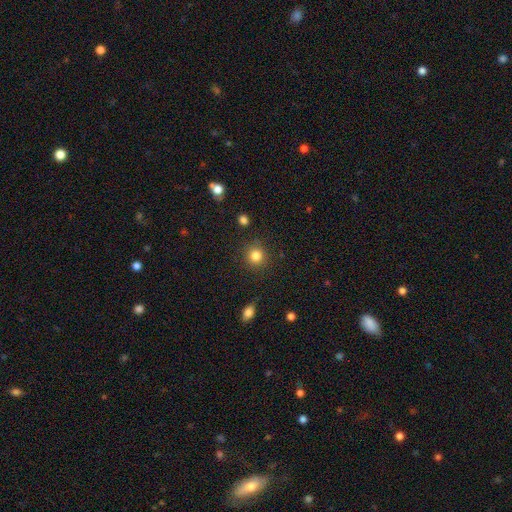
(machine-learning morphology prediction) type=smooth (84%); roundness=round (91%); merging=none (88%).